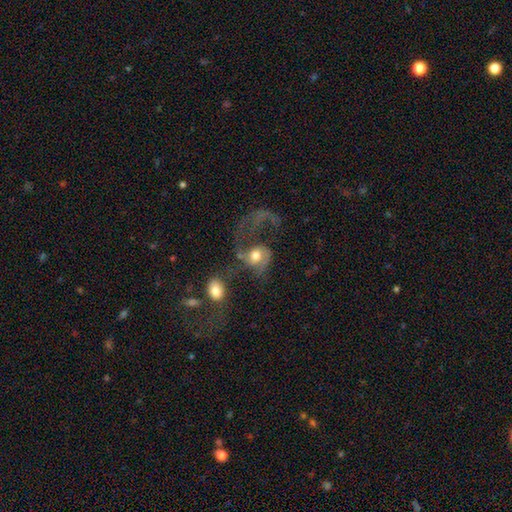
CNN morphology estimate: type=featured or disk (54%); edge-on=no (97%); bar=no (75%); spiral arms=yes (70%); bulge=moderate (58%); merging=major disturbance (49%).